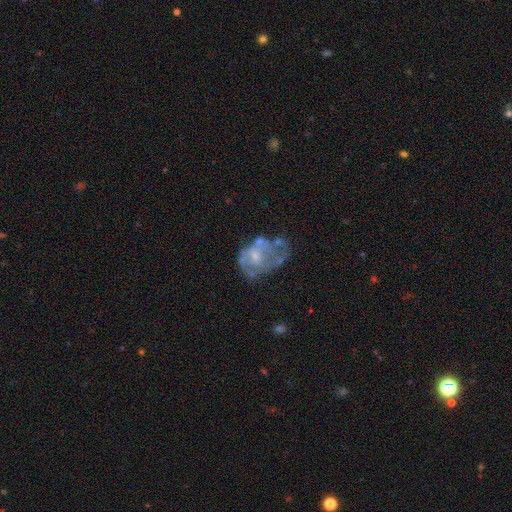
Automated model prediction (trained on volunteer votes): Overall: featured or disk (67%). Edge-on disk: no (98%). Bar: no (70%). Spiral arms: no (58%; yes 42%). Bulge size: small (42%; moderate 35%). Merging: major disturbance (35%; none 30%).